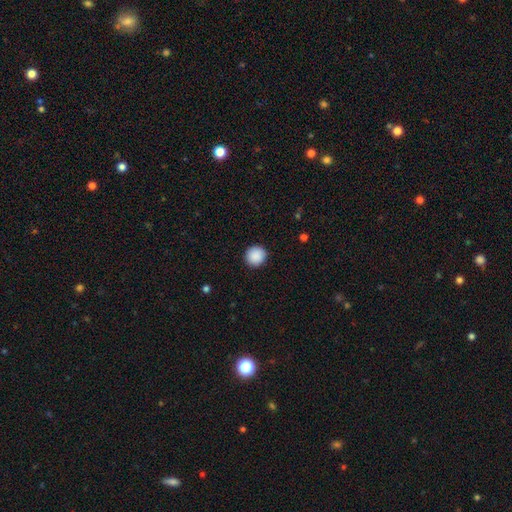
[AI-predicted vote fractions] Overall: smooth (90%). How rounded: round (94%). Merging: none (92%).